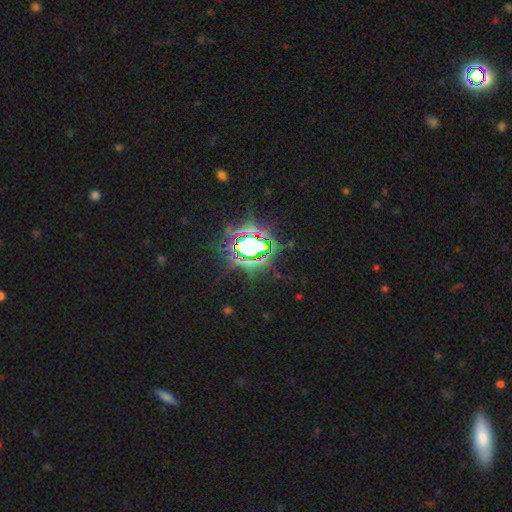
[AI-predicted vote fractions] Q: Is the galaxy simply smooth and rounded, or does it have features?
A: star or artifact — 80%.